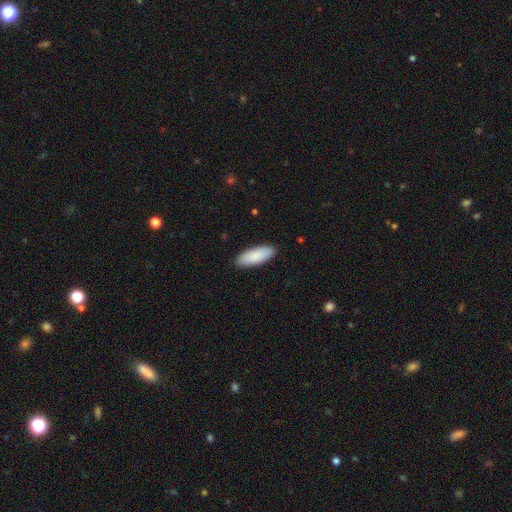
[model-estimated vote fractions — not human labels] This appears to be a smooth galaxy with no disk features (89%) that is in between round and cigar-shaped (73%). Merging: none (89%).